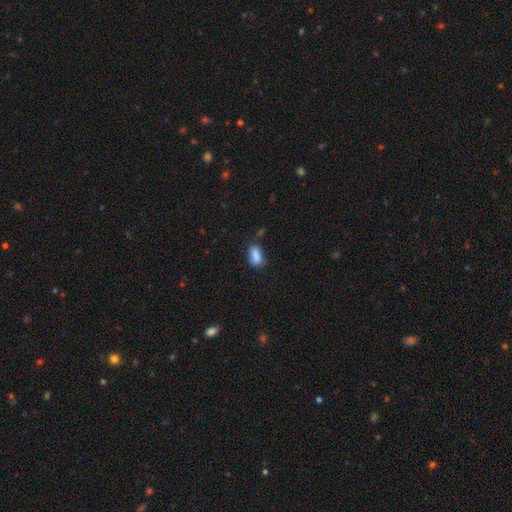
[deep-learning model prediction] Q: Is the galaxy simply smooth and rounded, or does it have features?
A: smooth — 83%.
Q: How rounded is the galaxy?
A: in between — 85%.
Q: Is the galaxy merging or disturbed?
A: none — 52%.